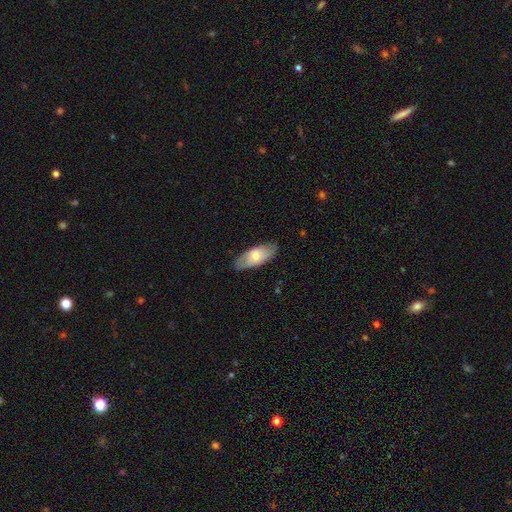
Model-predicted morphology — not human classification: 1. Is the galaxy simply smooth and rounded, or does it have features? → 58% smooth, 37% featured or disk, 6% star or artifact.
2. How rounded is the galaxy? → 86% in between, 12% cigar-shaped, 3% round.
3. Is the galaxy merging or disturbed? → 82% none, 15% minor disturbance, 3% major disturbance, 1% merger.